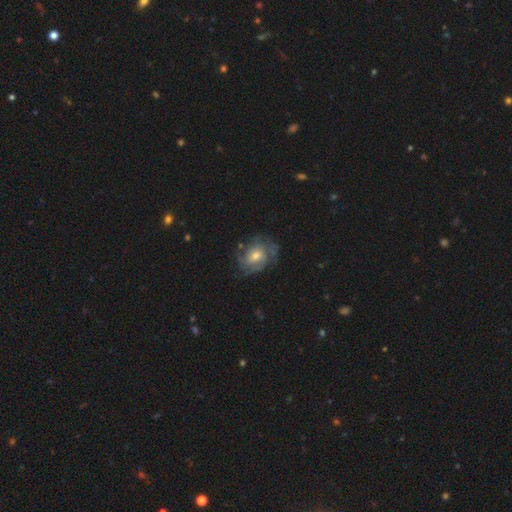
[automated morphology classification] Smooth or featured?
  - featured or disk: 71% *
  - smooth: 21%
  - star or artifact: 8%
Edge-on disk?
  - no: 97% *
  - yes: 3%
Bar?
  - no: 65% *
  - weak: 31%
  - strong: 5%
Spiral arms?
  - yes: 88% *
  - no: 12%
Spiral winding?
  - tight: 51% *
  - medium: 37%
  - loose: 12%
Spiral arm count?
  - can't tell: 39% *
  - 2: 23%
  - 3: 21%
  - 4: 8%
  - 1: 5%
  - more than 4: 5%
Bulge size?
  - moderate: 59% *
  - small: 30%
  - large: 7%
  - none: 2%
  - dominant: 1%
Merging?
  - none: 68% *
  - minor disturbance: 20%
  - major disturbance: 10%
  - merger: 1%